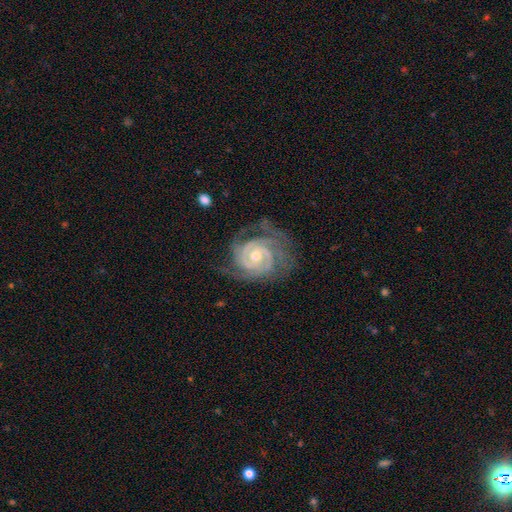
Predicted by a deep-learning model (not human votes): This appears to be a featured or disk galaxy (92%) with no bar (64%), 2 (41%) tight (75%) spiral arms (98%) and a moderate central bulge (58%). Merging: none (69%).